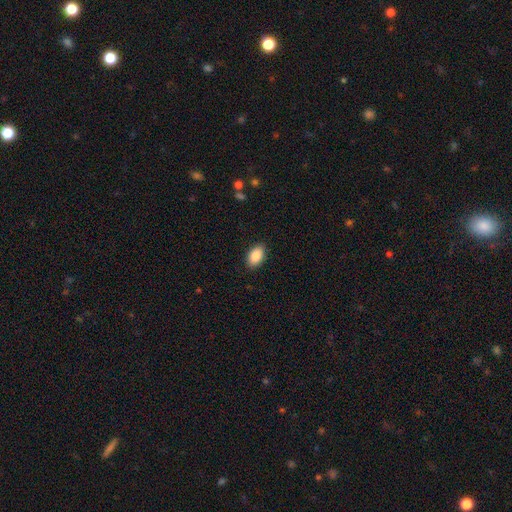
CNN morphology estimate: The model was most divided on "merging": none: 88%, minor disturbance: 9%, major disturbance: 2%, merger: 1%. More confident: how rounded — in between (93%); smooth or featured — smooth (88%).